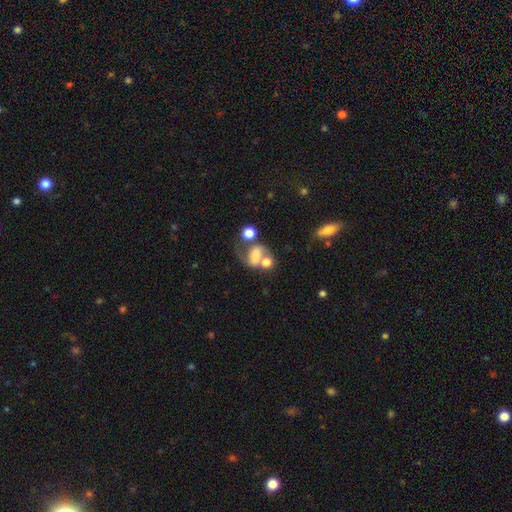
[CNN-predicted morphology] This is possibly a featured or disk galaxy (50%). It is clearly not viewed edge-on (97%). Merging: marginally merger (38%).